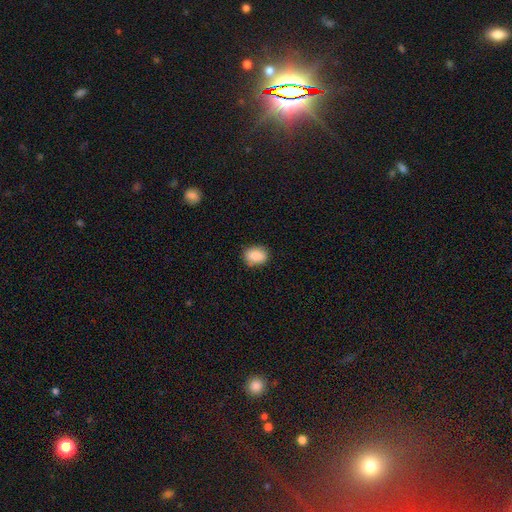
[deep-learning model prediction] Q: Smooth or featured?
A: smooth (86%); runner-up: star or artifact (8%)
Q: How rounded?
A: in between (59%); runner-up: round (39%)
Q: Merging?
A: none (83%); runner-up: minor disturbance (14%)